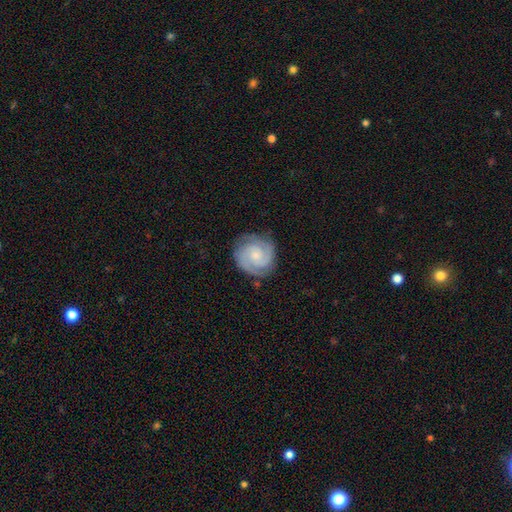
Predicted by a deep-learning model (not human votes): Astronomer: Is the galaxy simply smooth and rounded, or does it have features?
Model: featured or disk — 83%.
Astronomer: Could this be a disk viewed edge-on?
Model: no — 98%.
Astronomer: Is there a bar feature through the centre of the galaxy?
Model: no — 66%.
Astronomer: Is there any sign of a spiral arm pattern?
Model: yes — 98%.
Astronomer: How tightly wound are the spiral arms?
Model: tight — 64%.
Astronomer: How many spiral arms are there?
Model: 2 — 68%.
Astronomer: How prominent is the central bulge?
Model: small — 57%.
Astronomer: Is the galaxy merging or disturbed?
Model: none — 82%.